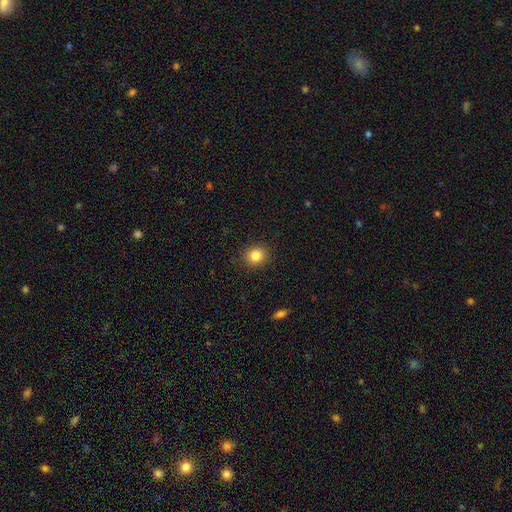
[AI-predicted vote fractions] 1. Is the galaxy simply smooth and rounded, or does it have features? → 84% smooth, 11% star or artifact, 5% featured or disk.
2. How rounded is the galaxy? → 81% round, 18% in between, 1% cigar-shaped.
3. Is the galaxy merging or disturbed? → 90% none, 7% minor disturbance, 2% major disturbance, 1% merger.